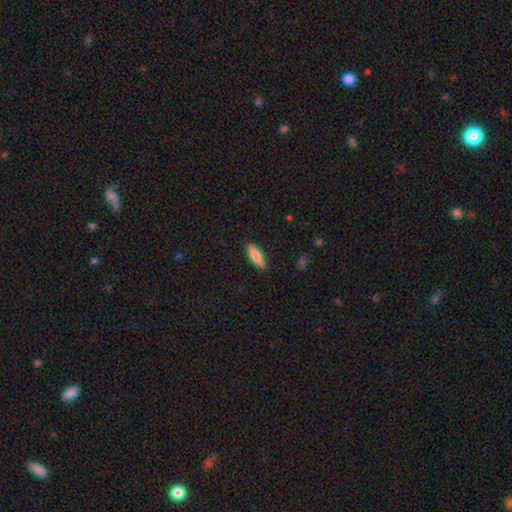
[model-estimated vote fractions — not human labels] Q: Smooth or featured?
A: smooth (81%); runner-up: featured or disk (13%)
Q: How rounded?
A: cigar-shaped (54%); runner-up: in between (44%)
Q: Merging?
A: none (89%); runner-up: minor disturbance (9%)